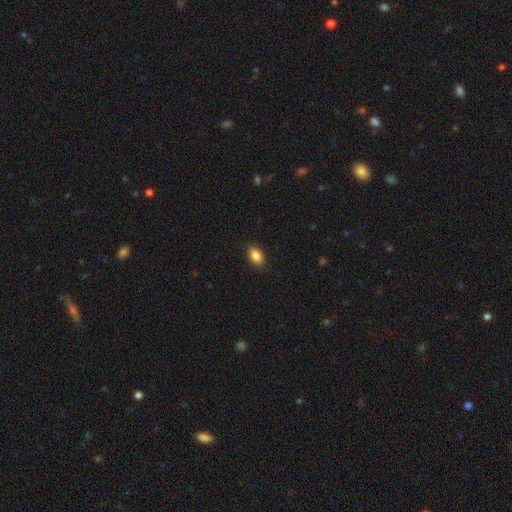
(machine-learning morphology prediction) smooth_or_featured: smooth (p=0.87) [alt: star or artifact p=0.08]
how_rounded: in between (p=0.86) [alt: round p=0.12]
merging: none (p=0.89) [alt: minor disturbance p=0.08]